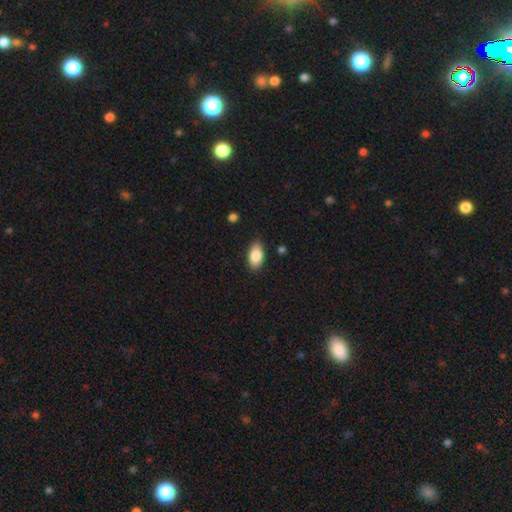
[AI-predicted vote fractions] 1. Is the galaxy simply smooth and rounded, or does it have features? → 86% smooth, 7% featured or disk, 7% star or artifact.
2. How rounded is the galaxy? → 93% in between, 4% round, 3% cigar-shaped.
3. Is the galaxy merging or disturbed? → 84% none, 13% minor disturbance, 2% major disturbance, 1% merger.